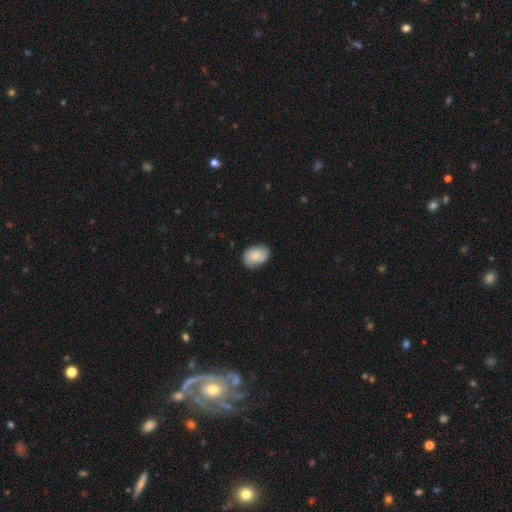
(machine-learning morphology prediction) Smooth or featured? Predicted: smooth (p=0.77). How rounded? Predicted: in between (p=0.77). Merging? Predicted: none (p=0.71).